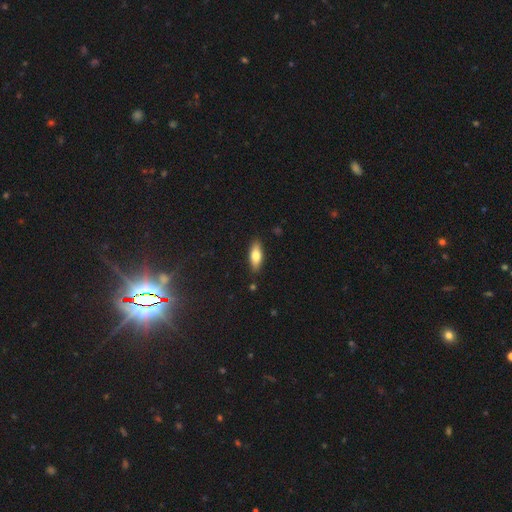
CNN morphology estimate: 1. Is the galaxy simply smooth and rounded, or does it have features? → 72% smooth, 21% featured or disk, 6% star or artifact.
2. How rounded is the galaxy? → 67% in between, 30% cigar-shaped, 2% round.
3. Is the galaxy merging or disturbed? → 87% none, 10% minor disturbance, 2% major disturbance, 1% merger.